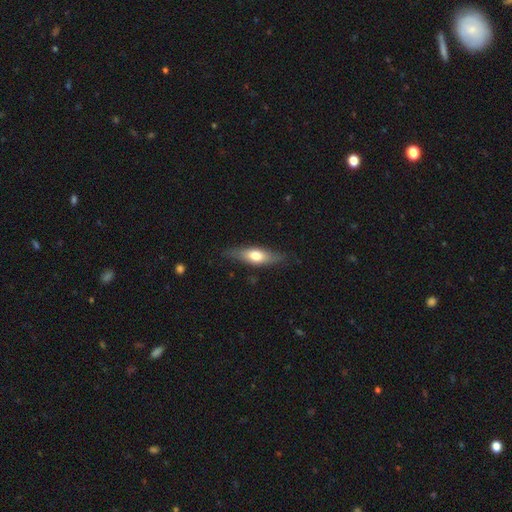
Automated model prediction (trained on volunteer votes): This is possibly a smooth galaxy (59%). How rounded: possibly cigar-shaped (49%). Merging: clearly none (80%).